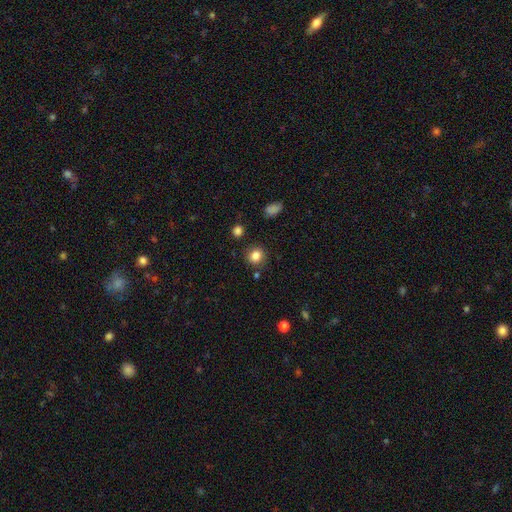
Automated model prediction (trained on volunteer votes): The model was most divided on "how rounded": round: 77%, in between: 22%, cigar-shaped: 1%. More confident: merging — none (83%); smooth or featured — smooth (82%).